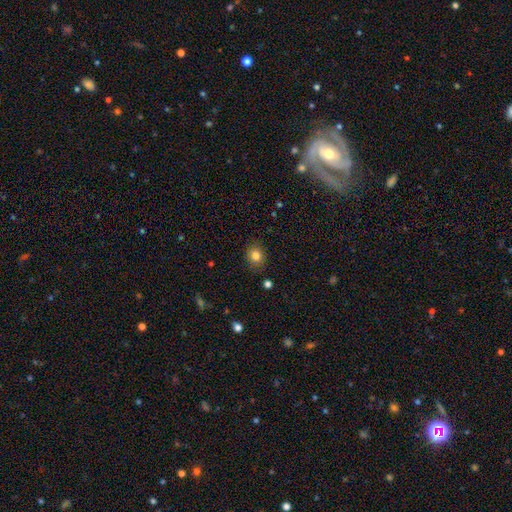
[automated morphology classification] Overall: smooth (82%). How rounded: round (65%; in between 34%). Merging: none (84%).